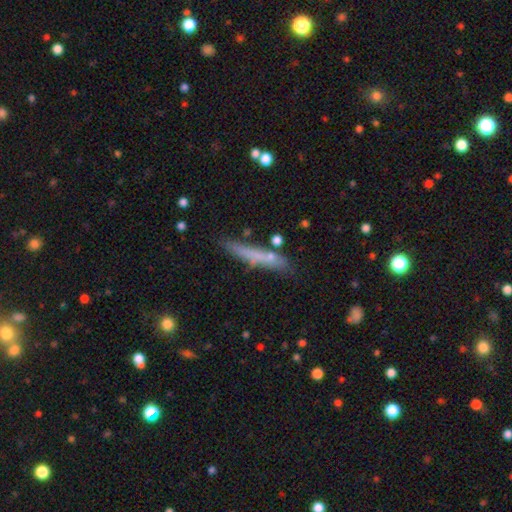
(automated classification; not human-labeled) Overall: smooth (62%; featured or disk 30%). How rounded: cigar-shaped (93%). Merging: none (76%).